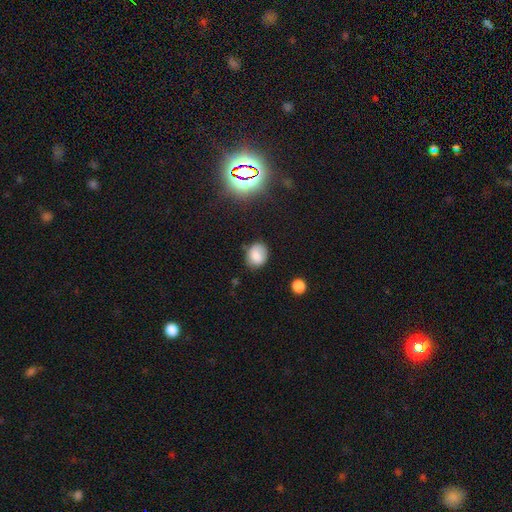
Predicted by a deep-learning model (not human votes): Overall: smooth (80%). How rounded: round (56%; in between 43%). Merging: none (73%).